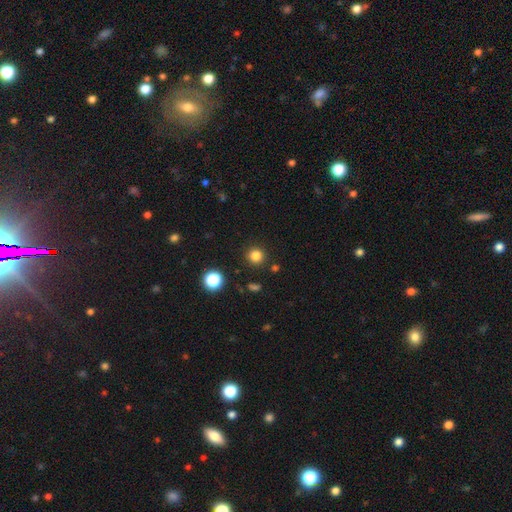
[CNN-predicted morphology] This appears to be a smooth galaxy with no disk features (81%) that is round (95%). Merging: none (90%).